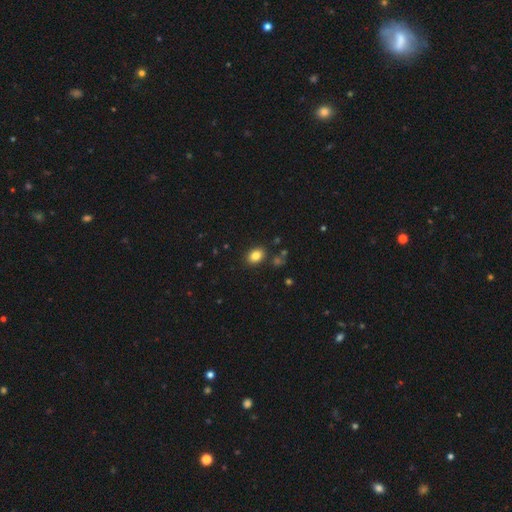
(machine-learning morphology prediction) A smooth galaxy with no disk features (84%) that is in between round and cigar-shaped (65%).

Vote fractions:
- Smooth or featured? smooth: 84% / star or artifact: 10% / featured or disk: 6%
- How rounded? in between: 65% / round: 34% / cigar-shaped: 1%
- Merging? none: 85% / minor disturbance: 9% / merger: 3% / major disturbance: 3%